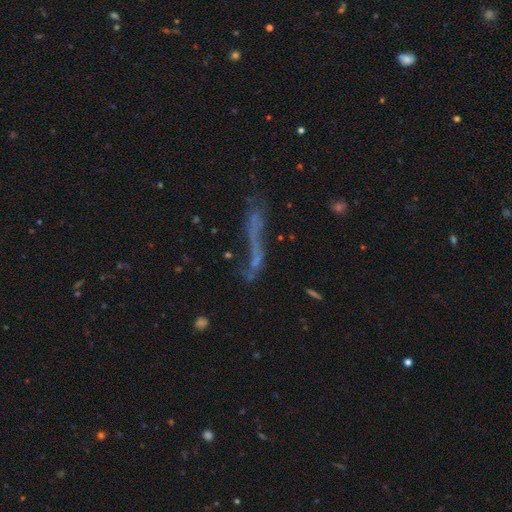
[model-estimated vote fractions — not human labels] This appears to be a featured or disk galaxy (44%). Merging: none (34%).